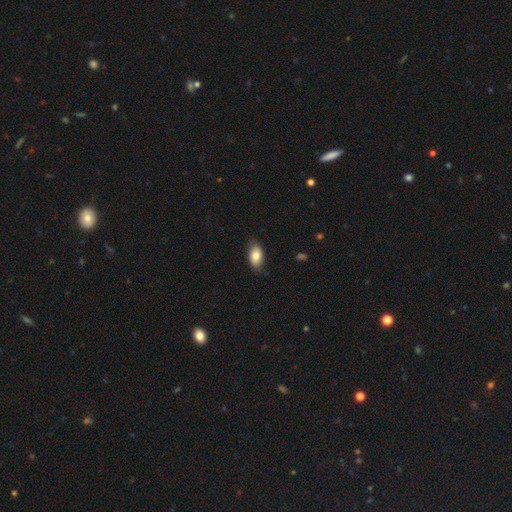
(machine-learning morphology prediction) Overall: smooth (82%). How rounded: in between (91%). Merging: none (79%).